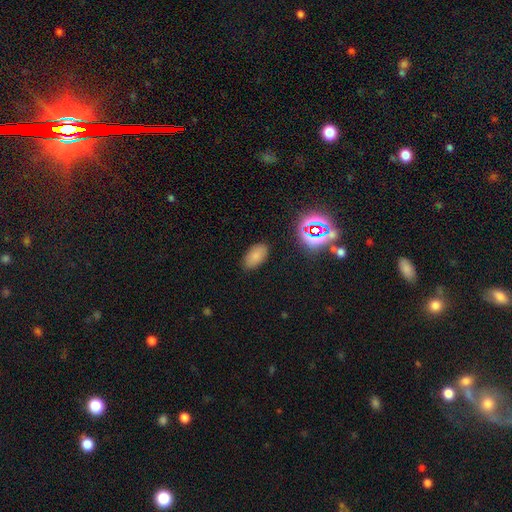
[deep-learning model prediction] The model was most divided on "smooth or featured": smooth: 77%, star or artifact: 15%, featured or disk: 8%. More confident: how rounded — in between (93%); merging — none (85%).